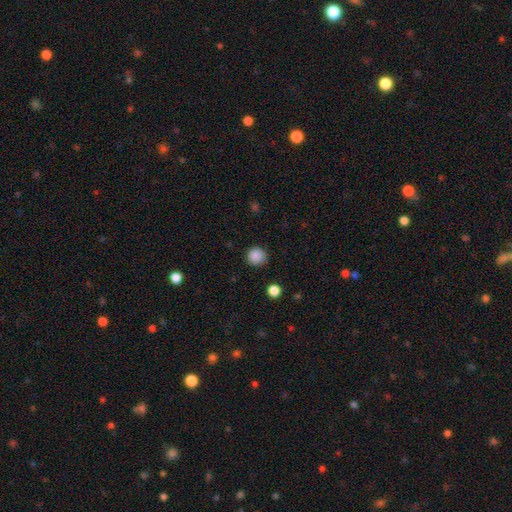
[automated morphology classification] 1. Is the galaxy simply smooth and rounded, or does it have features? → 87% smooth, 10% star or artifact, 3% featured or disk.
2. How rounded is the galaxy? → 92% round, 7% in between, 1% cigar-shaped.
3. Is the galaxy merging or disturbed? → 86% none, 9% minor disturbance, 3% major disturbance, 1% merger.